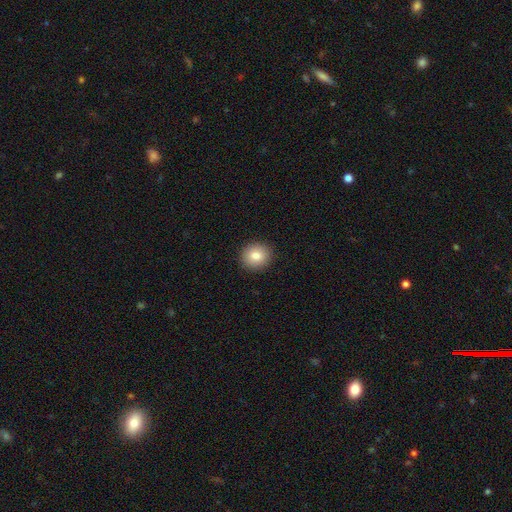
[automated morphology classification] type=smooth (83%); roundness=round (84%); merging=none (92%).